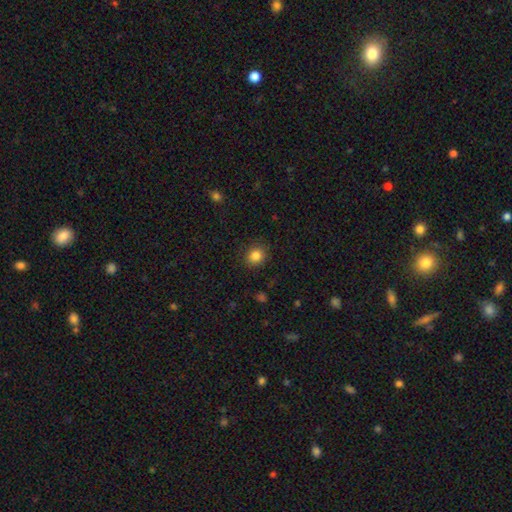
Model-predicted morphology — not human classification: smooth 84%, star or artifact 11%, featured or disk 5%. Down the decision tree: how rounded — round (75%); merging — none (88%).